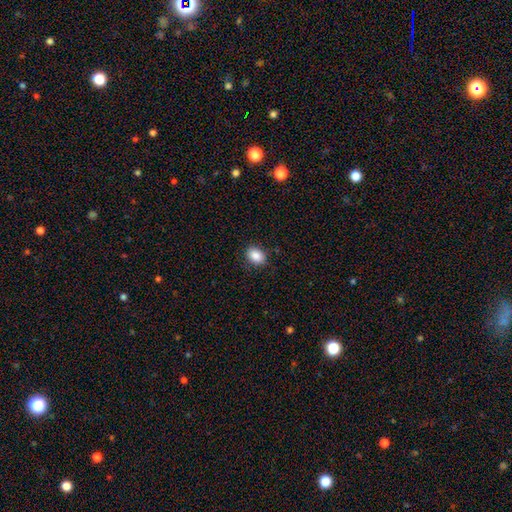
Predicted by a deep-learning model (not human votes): smooth 87%, star or artifact 8%, featured or disk 4%. Down the decision tree: how rounded — in between (69%); merging — none (86%).